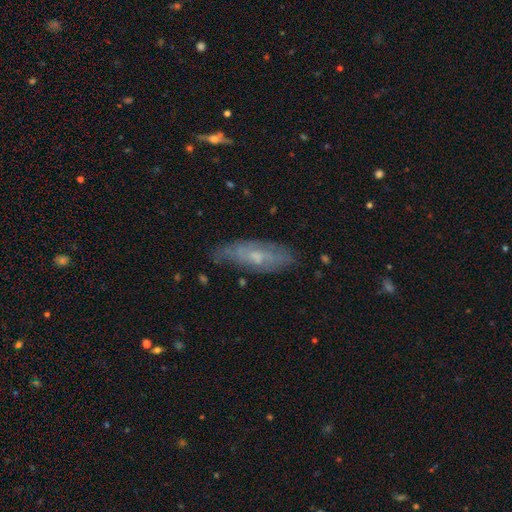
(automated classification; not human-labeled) A featured or disk galaxy (54%). Merging: none (67%).